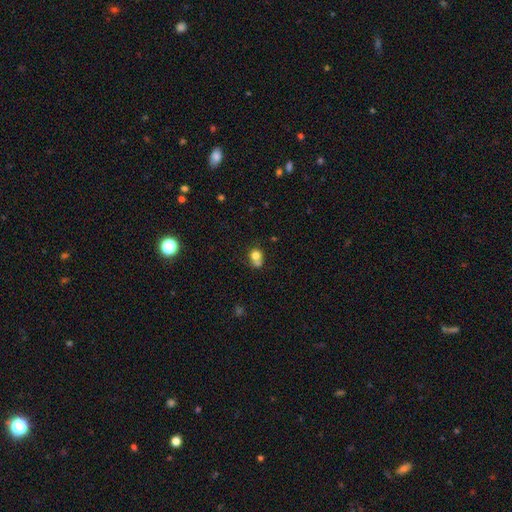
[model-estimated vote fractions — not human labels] Smooth or featured? smooth (75%)
How rounded? round (68%)
Merging? none (43%)